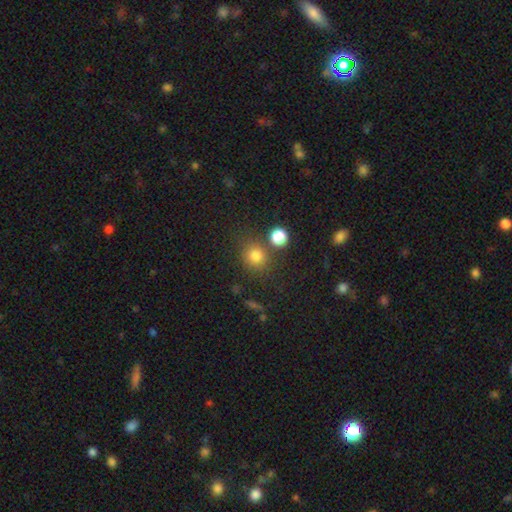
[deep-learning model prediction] smooth 79%, star or artifact 14%, featured or disk 7%. Down the decision tree: how rounded — round (86%); merging — none (71%).